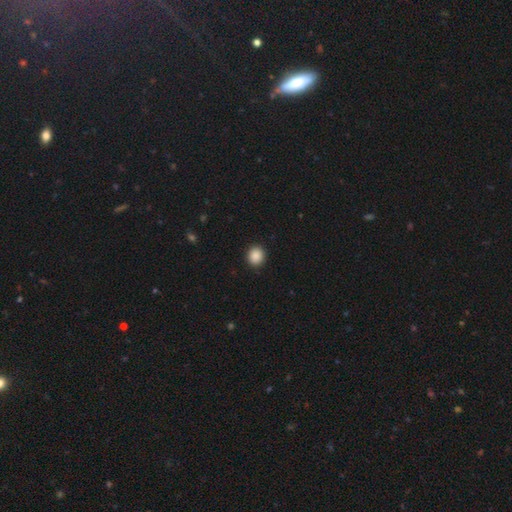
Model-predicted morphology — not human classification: Q: Smooth or featured?
A: smooth (89%); runner-up: star or artifact (9%)
Q: How rounded?
A: round (84%); runner-up: in between (15%)
Q: Merging?
A: none (92%); runner-up: minor disturbance (5%)